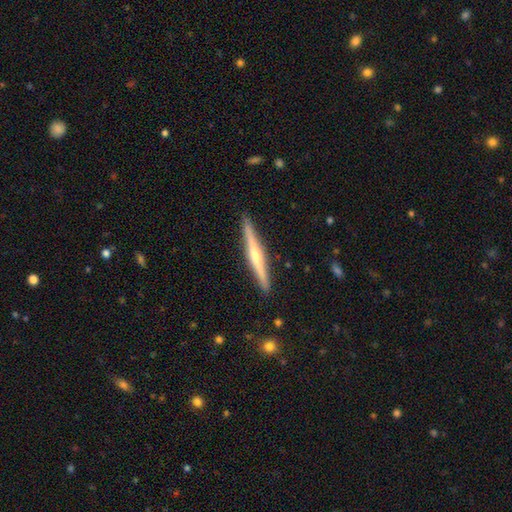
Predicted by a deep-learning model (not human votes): Q: Smooth or featured?
A: featured or disk (69%); runner-up: smooth (26%)
Q: Edge-on disk?
A: yes (98%); runner-up: no (2%)
Q: Edge-on bulge?
A: rounded (76%); runner-up: none (18%)
Q: Merging?
A: none (91%); runner-up: minor disturbance (7%)